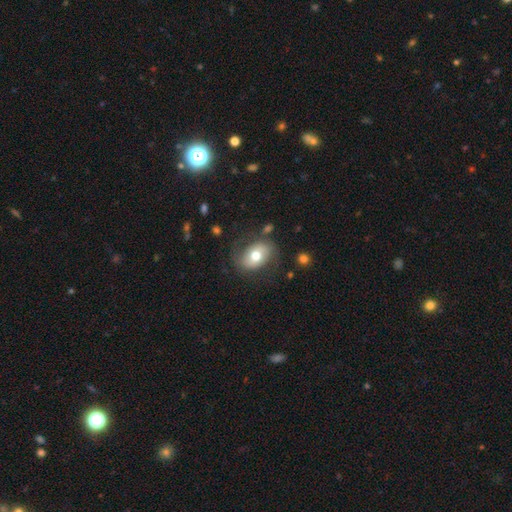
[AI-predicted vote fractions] A smooth galaxy with no disk features (56%) that is in between round and cigar-shaped (80%).

Vote fractions:
- Smooth or featured? smooth: 56% / featured or disk: 37% / star or artifact: 7%
- How rounded? in between: 80% / round: 19% / cigar-shaped: 1%
- Merging? none: 70% / minor disturbance: 18% / major disturbance: 10% / merger: 2%